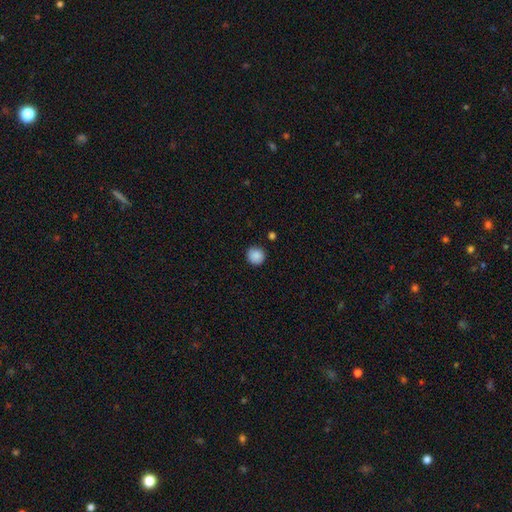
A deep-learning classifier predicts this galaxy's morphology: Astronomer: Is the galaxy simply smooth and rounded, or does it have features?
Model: smooth — 88%.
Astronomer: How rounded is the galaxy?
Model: round — 94%.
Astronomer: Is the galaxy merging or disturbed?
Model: none — 89%.